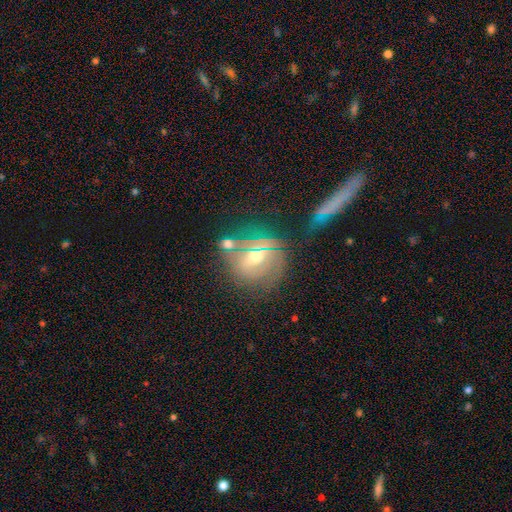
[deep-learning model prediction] Smooth or featured? Predicted: featured or disk (p=0.42). Merging? Predicted: none (p=0.62).